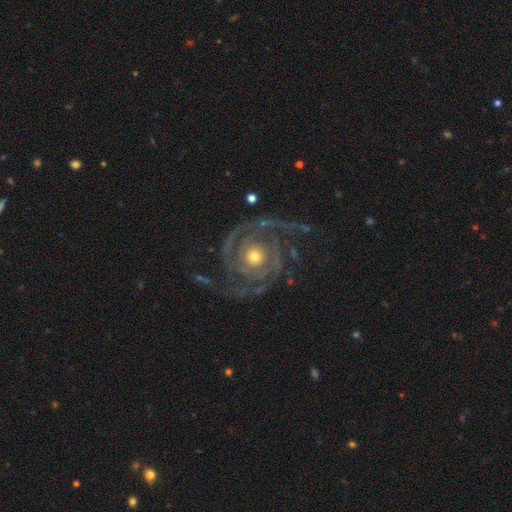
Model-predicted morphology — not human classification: Smooth or featured: featured or disk — 93% (star or artifact — 5%)
Edge-on disk: no — 98% (yes — 2%)
Bar: no — 74% (weak — 18%)
Spiral arms: yes — 98% (no — 2%)
Spiral winding: tight — 57% (medium — 36%)
Spiral arm count: 2 — 65% (3 — 16%)
Bulge size: moderate — 63% (small — 30%)
Merging: none — 72% (minor disturbance — 16%)